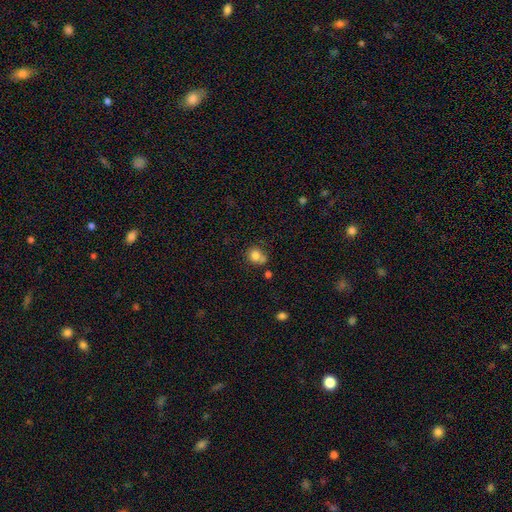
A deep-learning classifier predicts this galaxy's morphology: A smooth galaxy with no disk features (79%) that is round (75%). Merging: none (47%).